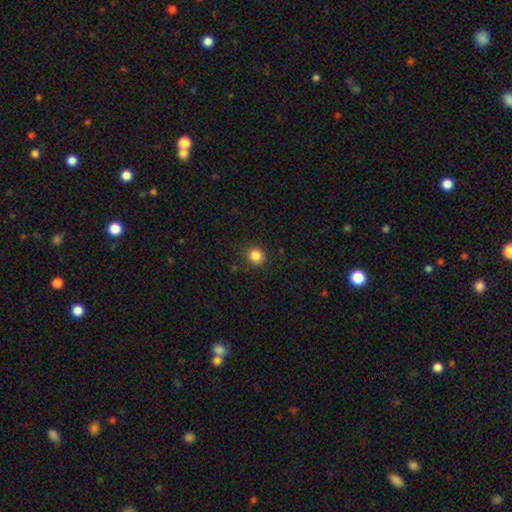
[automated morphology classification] Overall: smooth (85%). How rounded: round (91%). Merging: none (88%).